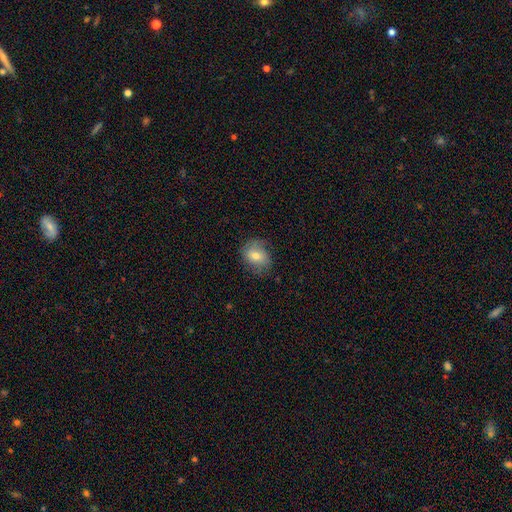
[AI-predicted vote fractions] Q: Smooth or featured?
A: smooth (64%); runner-up: featured or disk (28%)
Q: How rounded?
A: round (54%); runner-up: in between (45%)
Q: Merging?
A: none (69%); runner-up: minor disturbance (22%)